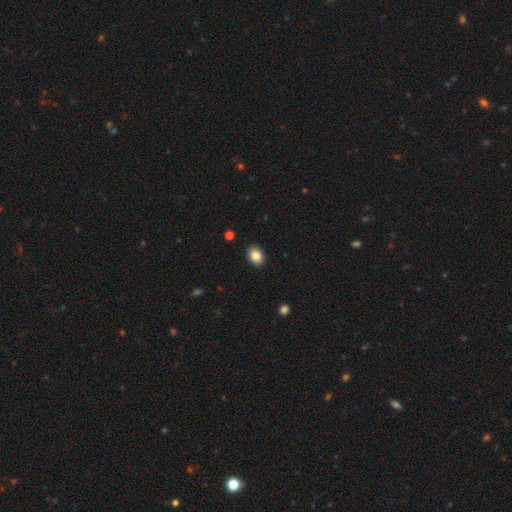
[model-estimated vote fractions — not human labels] smooth 86%, star or artifact 8%, featured or disk 6%. Down the decision tree: how rounded — in between (74%); merging — none (89%).